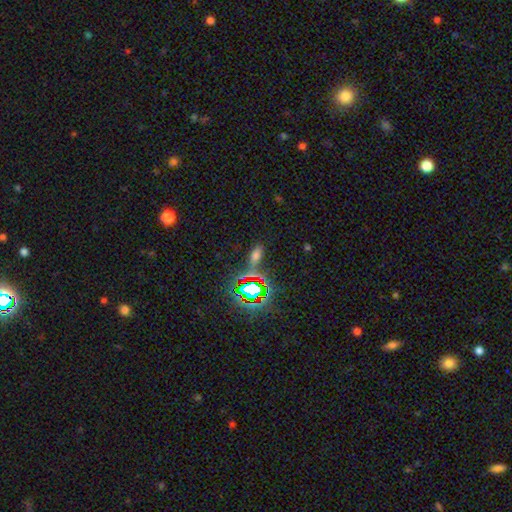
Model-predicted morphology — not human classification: Smooth or featured? smooth (53%)
How rounded? in between (73%)
Merging? none (72%)